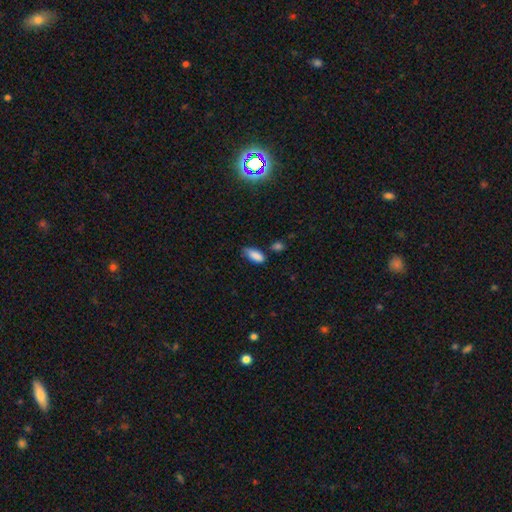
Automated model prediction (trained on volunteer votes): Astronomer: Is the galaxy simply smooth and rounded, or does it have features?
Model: smooth — 86%.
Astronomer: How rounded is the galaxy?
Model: in between — 84%.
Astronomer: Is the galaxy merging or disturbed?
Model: none — 55% (runner-up: minor disturbance, 33%).